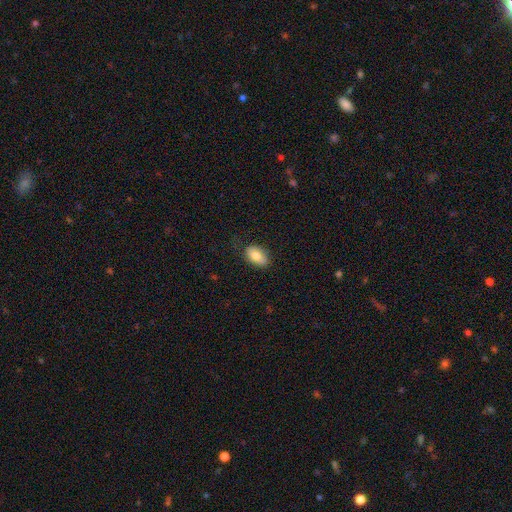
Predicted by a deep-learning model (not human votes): Smooth or featured? smooth (77%)
How rounded? in between (90%)
Merging? none (78%)